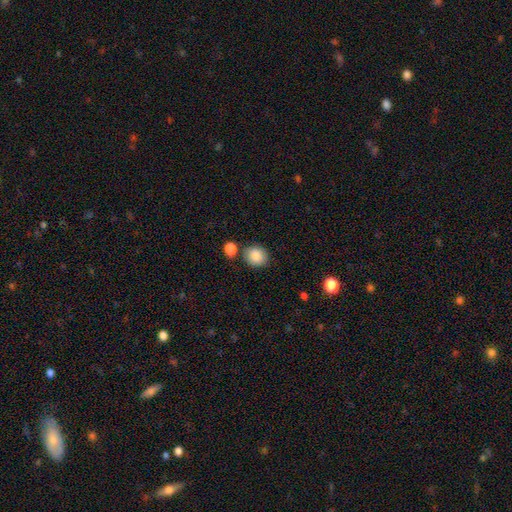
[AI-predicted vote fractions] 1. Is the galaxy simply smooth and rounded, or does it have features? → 86% smooth, 8% star or artifact, 6% featured or disk.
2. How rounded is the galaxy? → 76% round, 23% in between, 1% cigar-shaped.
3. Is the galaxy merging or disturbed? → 78% none, 11% minor disturbance, 8% merger, 3% major disturbance.